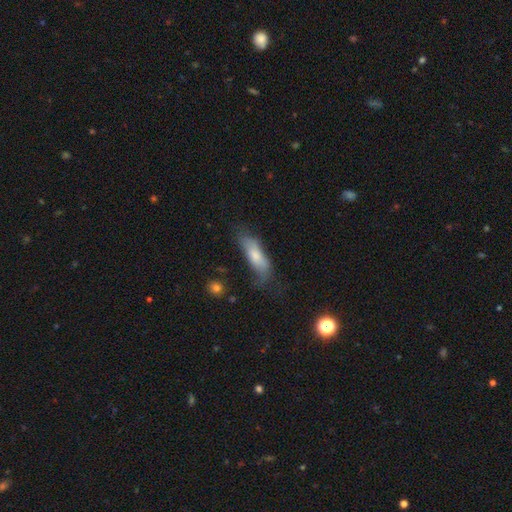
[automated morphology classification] Overall: smooth (69%). How rounded: in between (54%; cigar-shaped 43%). Merging: none (46%; minor disturbance 31%).